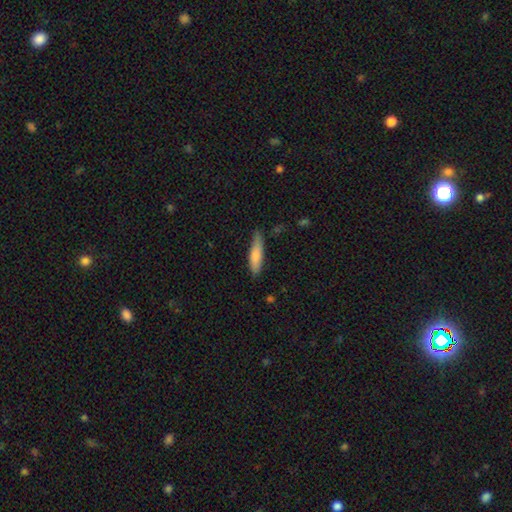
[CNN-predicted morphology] Overall: smooth (79%). How rounded: cigar-shaped (68%; in between 30%). Merging: none (71%).